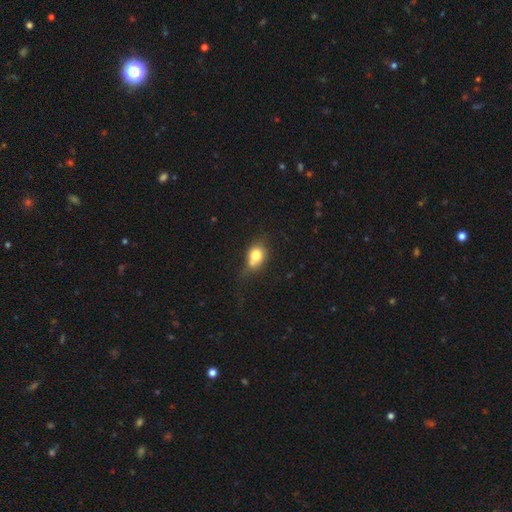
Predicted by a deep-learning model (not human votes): Smooth or featured? smooth (76%)
How rounded? in between (55%)
Merging? none (41%)